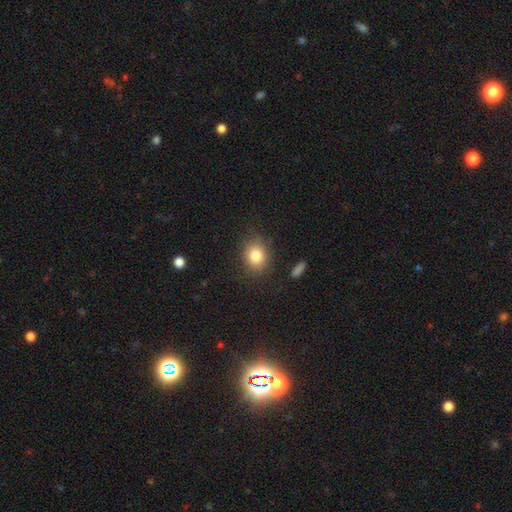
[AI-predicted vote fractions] The model was most divided on "how rounded": round: 56%, in between: 43%, cigar-shaped: 1%. More confident: merging — none (82%); smooth or featured — smooth (81%).